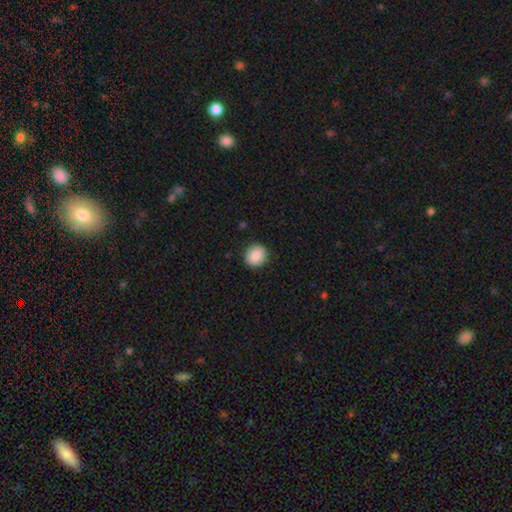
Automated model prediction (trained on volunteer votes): smooth_or_featured: smooth (p=0.86) [alt: star or artifact p=0.08]
how_rounded: round (p=0.86) [alt: in between p=0.13]
merging: none (p=0.90) [alt: minor disturbance p=0.07]